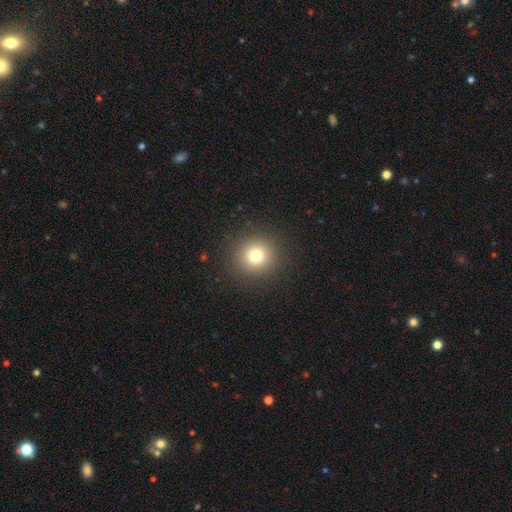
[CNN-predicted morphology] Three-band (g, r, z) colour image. It shows a smooth galaxy with no disk features (76%) that is round (94%). Merging: none (91%).